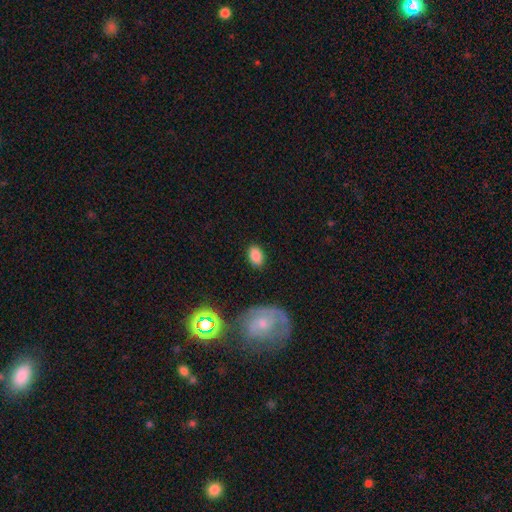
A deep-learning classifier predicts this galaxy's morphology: This appears to be a smooth galaxy with no disk features (85%) that is in between round and cigar-shaped (88%). Merging: none (85%).